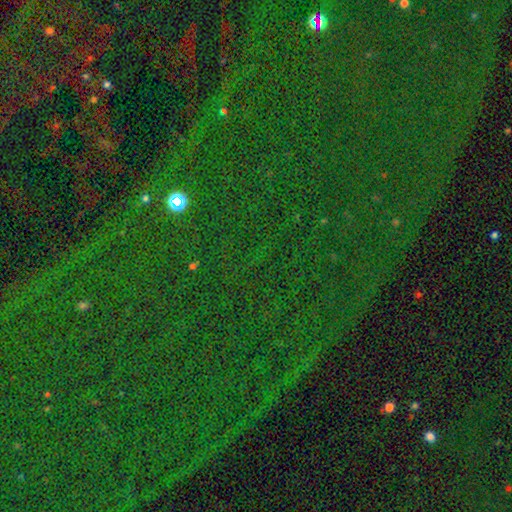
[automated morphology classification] Smooth or featured?
  - star or artifact: 84% *
  - smooth: 9%
  - featured or disk: 8%